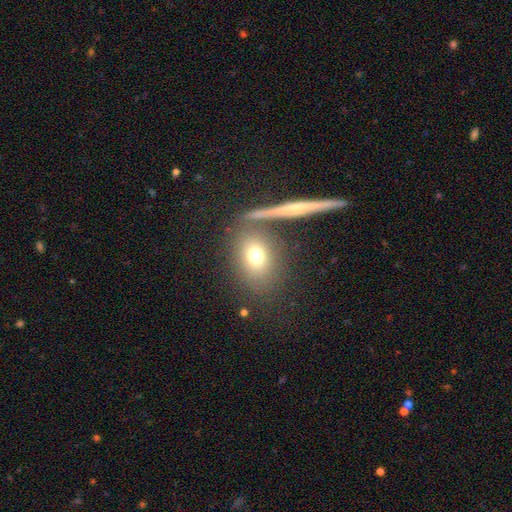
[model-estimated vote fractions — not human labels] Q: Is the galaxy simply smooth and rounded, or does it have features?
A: smooth — 72%.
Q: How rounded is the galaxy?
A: round — 50%.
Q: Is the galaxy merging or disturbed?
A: none — 74%.